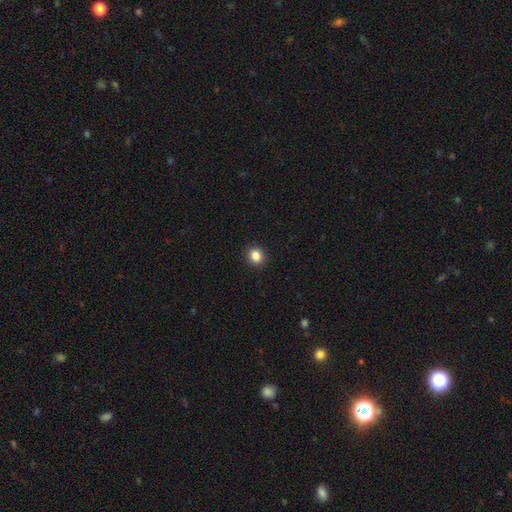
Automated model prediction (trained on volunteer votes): Smooth or featured? Predicted: smooth (p=0.86). How rounded? Predicted: round (p=0.79). Merging? Predicted: none (p=0.92).